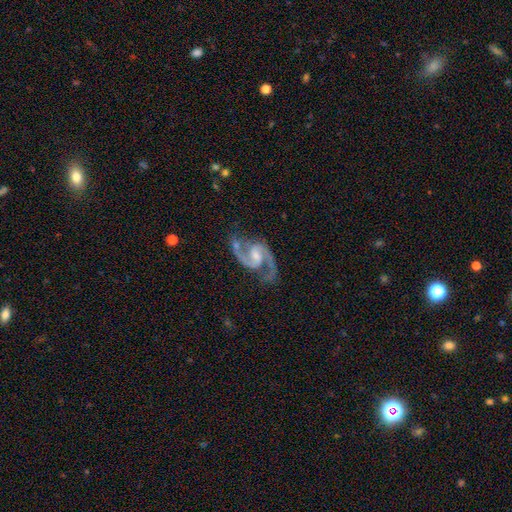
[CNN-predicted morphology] Smooth or featured? Predicted: featured or disk (p=0.93). Edge-on disk? Predicted: no (p=0.98). Bar? Predicted: weak (p=0.55). Spiral arms? Predicted: yes (p=0.98). Spiral winding? Predicted: medium (p=0.63). Spiral arm count? Predicted: 2 (p=0.94). Bulge size? Predicted: moderate (p=0.40). Merging? Predicted: none (p=0.74).